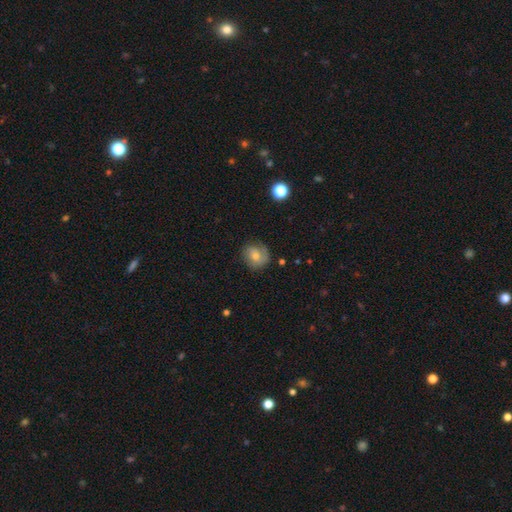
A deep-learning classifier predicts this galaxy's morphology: Smooth or featured: smooth — 62% (featured or disk — 28%)
How rounded: round — 78% (in between — 21%)
Merging: none — 71% (minor disturbance — 21%)